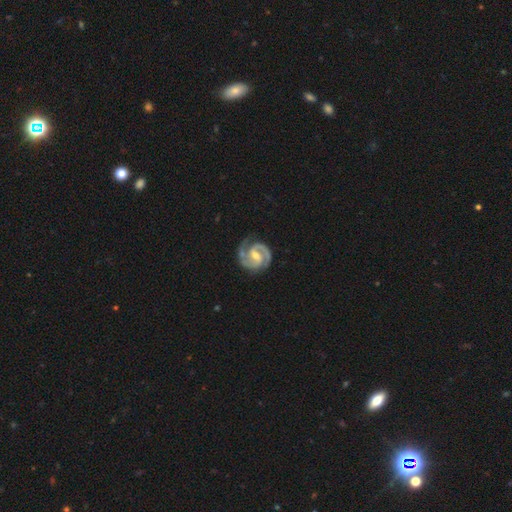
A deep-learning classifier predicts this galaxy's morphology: A featured or disk galaxy (93%) with a weak bar (52%), 2 (93%) tight (47%, tied with medium) spiral arms (99%) and a moderate central bulge (54%).

Vote fractions:
- Smooth or featured? featured or disk: 93% / smooth: 4% / star or artifact: 4%
- Edge-on disk? no: 98% / yes: 2%
- Bar? weak: 52% / strong: 30% / no: 18%
- Spiral arms? yes: 99% / no: 1%
- Spiral winding? tight: 47% (tied) / medium: 47% (tied) / loose: 5%
- Spiral arm count? 2: 93% / 3: 2% / can't tell: 2% / 1: 2% / 4: 1% / more than 4: 1%
- Bulge size? moderate: 54% / small: 38% / none: 4% / large: 3% / dominant: 1%
- Merging? none: 80% / minor disturbance: 14% / major disturbance: 4% / merger: 2%